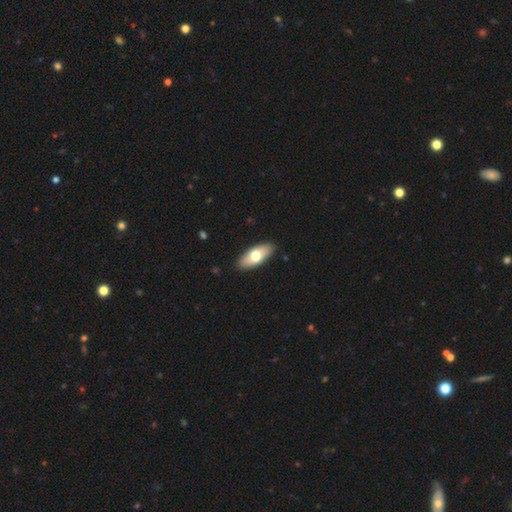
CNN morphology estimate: Smooth or featured? smooth (65%)
How rounded? in between (83%)
Merging? none (89%)